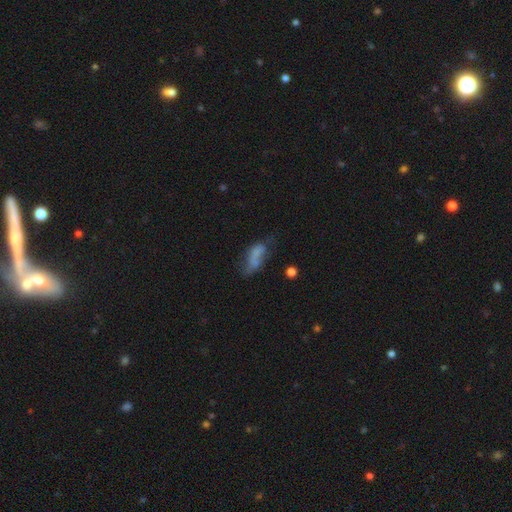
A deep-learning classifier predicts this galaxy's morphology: This appears to be a smooth galaxy with no disk features (57%) that is in between round and cigar-shaped (81%). Merging: none (31%).